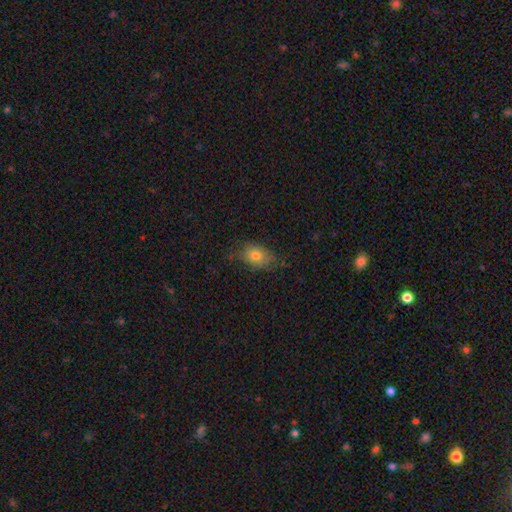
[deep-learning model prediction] Morphology: type=smooth (77%); roundness=in between (80%); merging=none (66%).